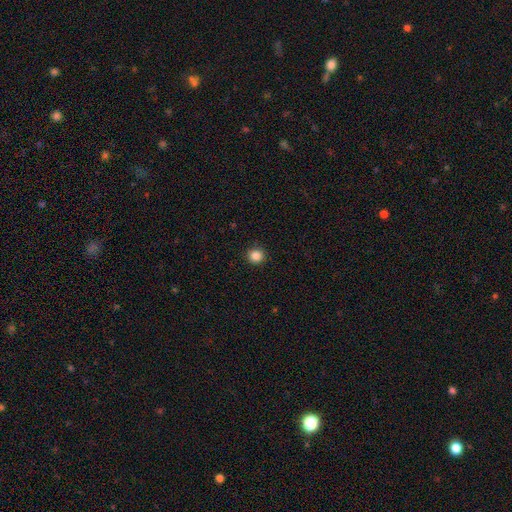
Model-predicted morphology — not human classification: Q: Smooth or featured?
A: smooth (86%); runner-up: star or artifact (11%)
Q: How rounded?
A: round (94%); runner-up: in between (5%)
Q: Merging?
A: none (92%); runner-up: minor disturbance (5%)